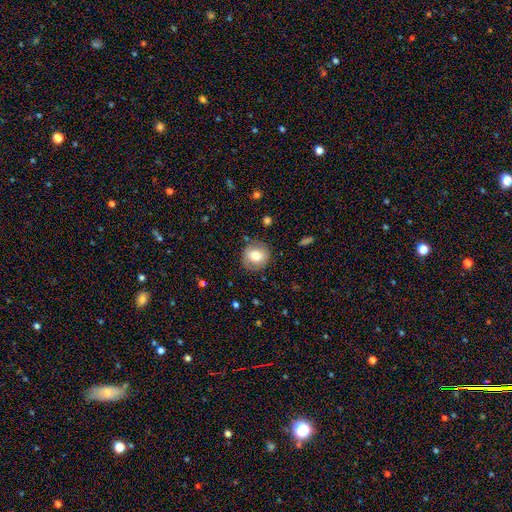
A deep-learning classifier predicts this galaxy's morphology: smooth-or-featured: smooth: 73% | featured or disk: 18% | star or artifact: 9%
  how-rounded: round: 88% | in between: 11% | cigar-shaped: 1%
  merging: none: 84% | minor disturbance: 12% | major disturbance: 3% | merger: 1%